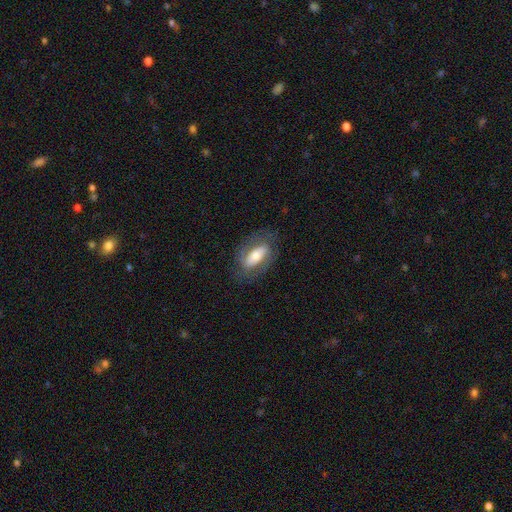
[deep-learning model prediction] Q: Smooth or featured?
A: featured or disk (51%); runner-up: smooth (42%)
Q: Edge-on disk?
A: no (87%); runner-up: yes (13%)
Q: Merging?
A: none (74%); runner-up: minor disturbance (16%)